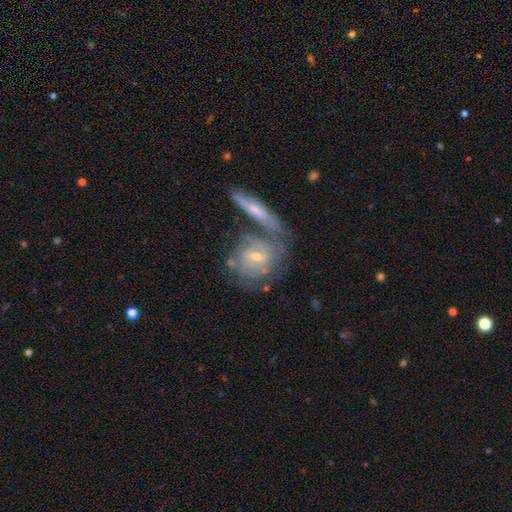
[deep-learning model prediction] Smooth or featured: featured or disk — 77% (smooth — 17%)
Edge-on disk: no — 92% (yes — 8%)
Bar: weak — 46% (no — 40%)
Spiral arms: yes — 86% (no — 14%)
Spiral winding: tight — 69% (medium — 24%)
Spiral arm count: can't tell — 50% (2 — 24%)
Bulge size: small — 54% (moderate — 42%)
Merging: none — 47% (merger — 32%)